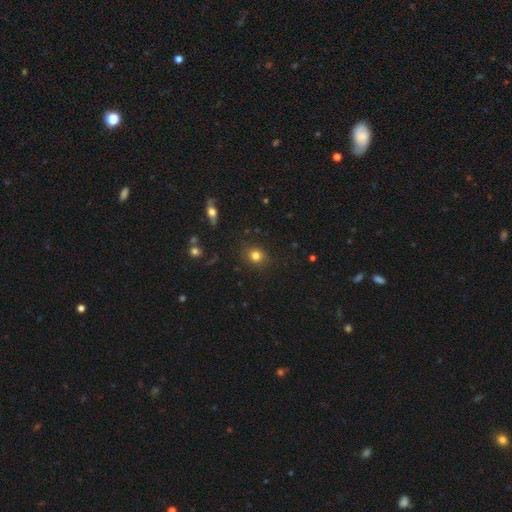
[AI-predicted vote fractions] smooth 81%, star or artifact 13%, featured or disk 6%. Down the decision tree: how rounded — round (79%); merging — none (86%).